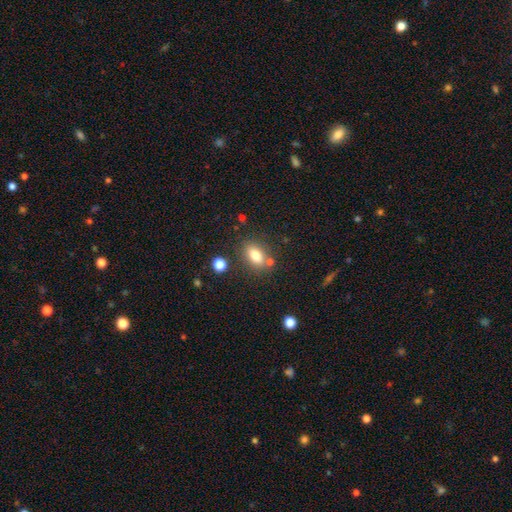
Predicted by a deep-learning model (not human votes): Smooth or featured? smooth (79%)
How rounded? in between (82%)
Merging? none (73%)